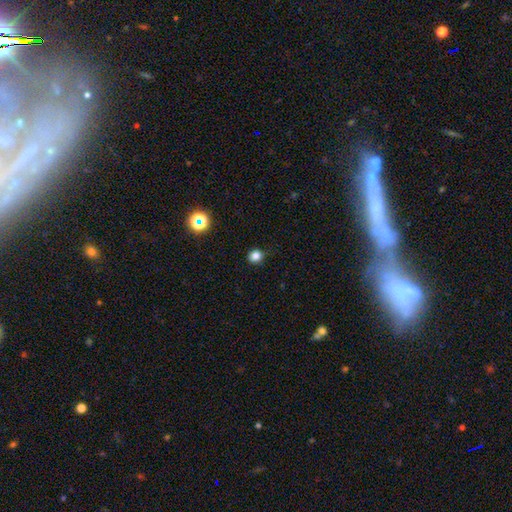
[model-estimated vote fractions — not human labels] A smooth galaxy with no disk features (80%) that is round (80%). Merging: none (88%).